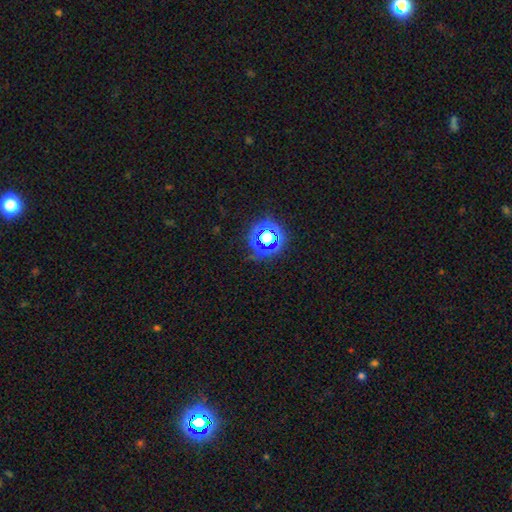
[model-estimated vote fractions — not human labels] Q: Smooth or featured?
A: star or artifact (73%); runner-up: smooth (21%)